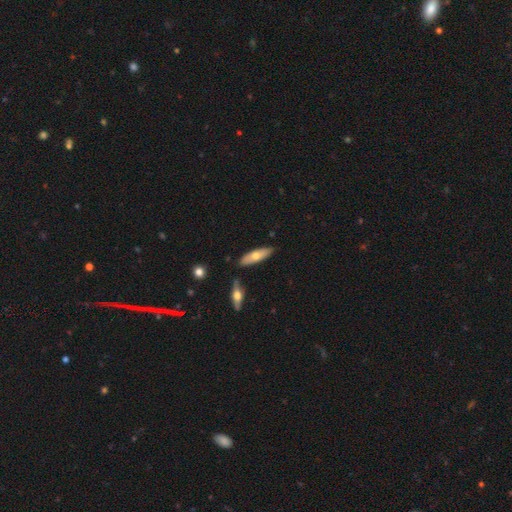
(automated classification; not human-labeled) Smooth or featured?
  - smooth: 57% *
  - featured or disk: 37%
  - star or artifact: 6%
How rounded?
  - cigar-shaped: 56% *
  - in between: 42%
  - round: 2%
Merging?
  - none: 80% *
  - minor disturbance: 12%
  - merger: 6%
  - major disturbance: 2%